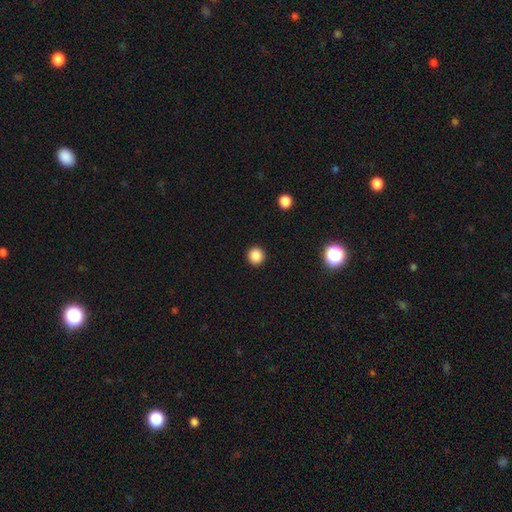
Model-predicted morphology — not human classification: Smooth or featured: smooth — 86% (star or artifact — 11%)
How rounded: round — 95% (in between — 4%)
Merging: none — 93% (minor disturbance — 4%)